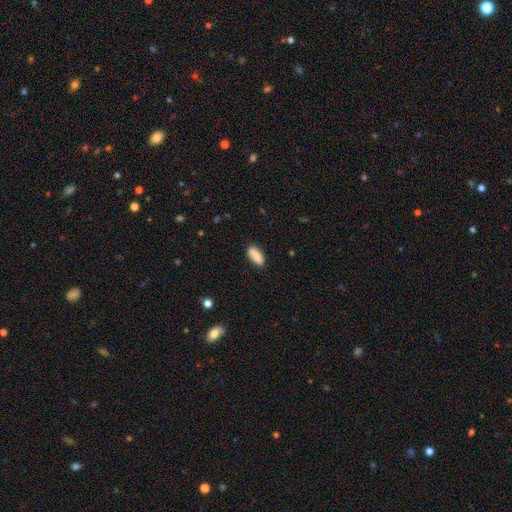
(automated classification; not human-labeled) Overall: smooth (87%). How rounded: in between (69%; cigar-shaped 29%). Merging: none (82%).